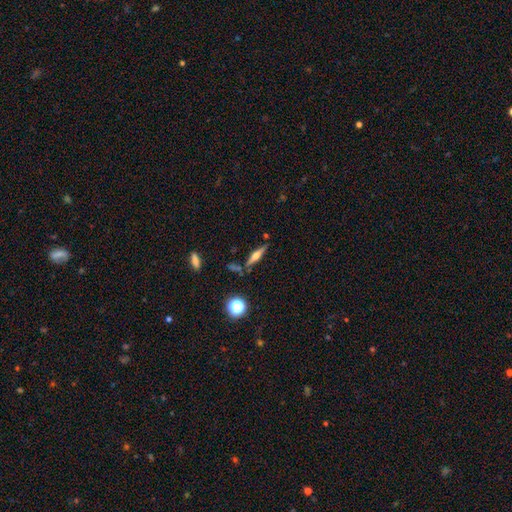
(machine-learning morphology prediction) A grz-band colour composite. It shows a featured or disk galaxy (63%) viewed edge-on (96%) with a rounded central bulge (88%). Merging: none (81%).